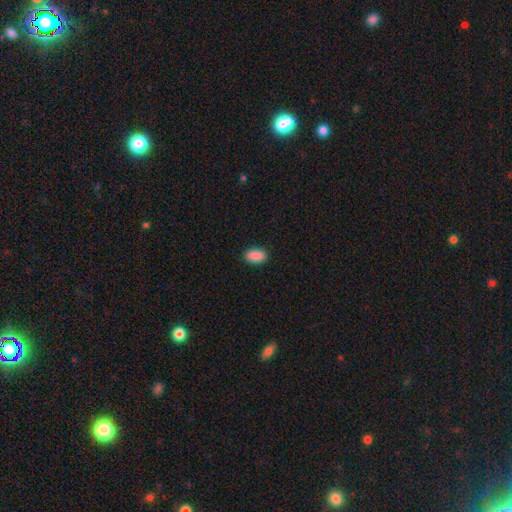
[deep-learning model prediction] Smooth or featured?
  - smooth: 90% *
  - star or artifact: 7%
  - featured or disk: 3%
How rounded?
  - in between: 92% *
  - round: 5%
  - cigar-shaped: 2%
Merging?
  - none: 89% *
  - minor disturbance: 8%
  - major disturbance: 2%
  - merger: 1%